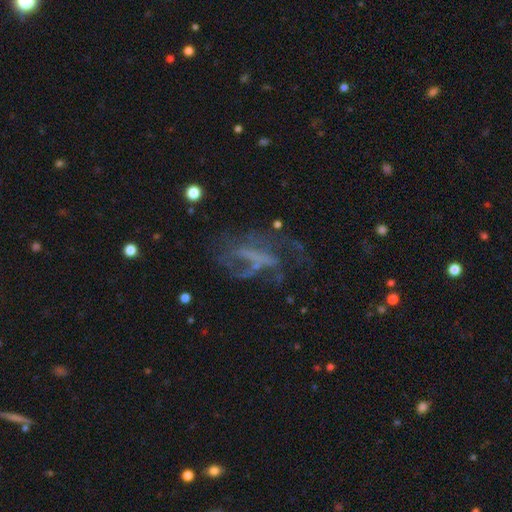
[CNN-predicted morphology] Overall: featured or disk (67%). Edge-on disk: no (94%). Bar: no (44%; weak 29%). Spiral arms: yes (59%; no 41%). Bulge size: none (71%). Merging: major disturbance (39%, tied with none).